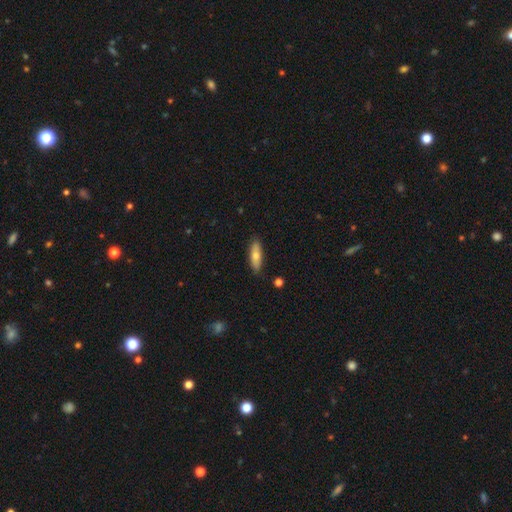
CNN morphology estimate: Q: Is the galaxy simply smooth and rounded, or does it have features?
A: smooth — 71%.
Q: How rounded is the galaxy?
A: in between — 51%.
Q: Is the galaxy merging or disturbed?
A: none — 86%.